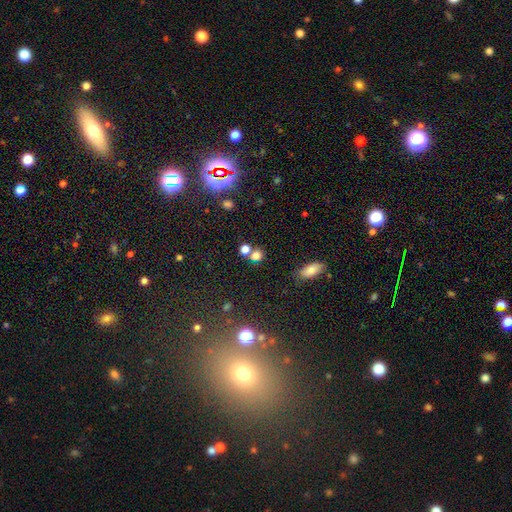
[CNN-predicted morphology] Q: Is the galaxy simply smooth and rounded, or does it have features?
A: smooth — 73%.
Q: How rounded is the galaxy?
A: round — 76%.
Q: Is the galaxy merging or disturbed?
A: none — 60%.